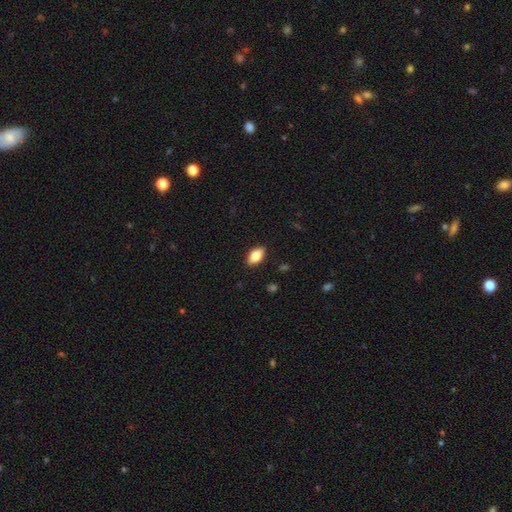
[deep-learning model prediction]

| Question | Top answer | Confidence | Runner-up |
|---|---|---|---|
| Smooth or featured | smooth | 81% | featured or disk (12%) |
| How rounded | in between | 90% | cigar-shaped (5%) |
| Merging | none | 88% | minor disturbance (9%) |